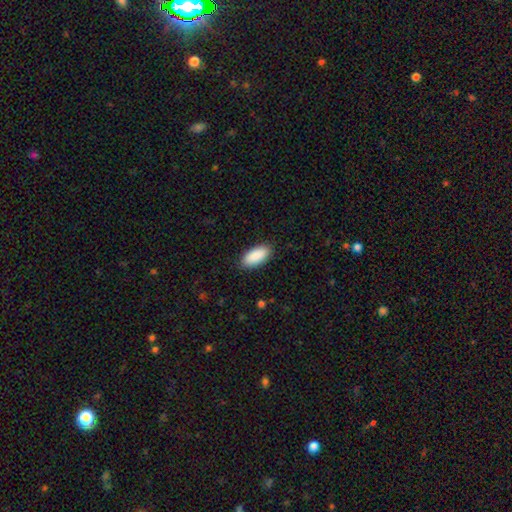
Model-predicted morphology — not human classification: Smooth or featured?
  - smooth: 91% *
  - star or artifact: 6%
  - featured or disk: 3%
How rounded?
  - in between: 90% *
  - cigar-shaped: 8%
  - round: 2%
Merging?
  - none: 89% *
  - minor disturbance: 8%
  - major disturbance: 2%
  - merger: 1%